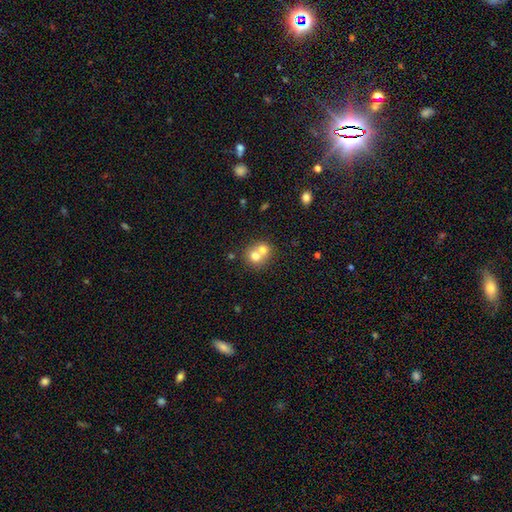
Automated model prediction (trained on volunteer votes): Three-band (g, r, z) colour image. It shows a smooth galaxy with no disk features (69%) that is round (79%). Merging: merger (62%).